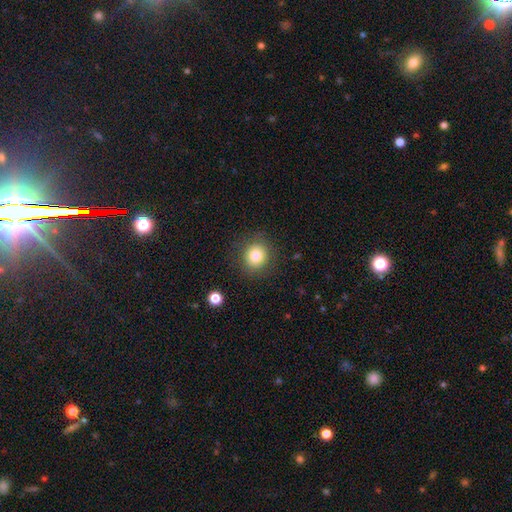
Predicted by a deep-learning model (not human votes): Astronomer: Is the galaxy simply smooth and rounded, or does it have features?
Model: smooth — 80%.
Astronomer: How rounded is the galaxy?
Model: round — 87%.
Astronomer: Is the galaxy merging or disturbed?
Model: none — 86%.